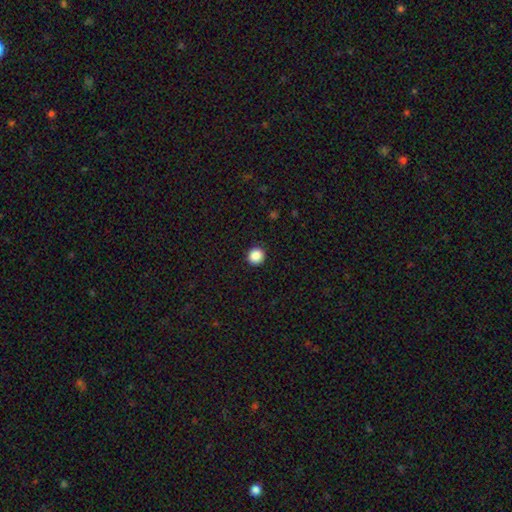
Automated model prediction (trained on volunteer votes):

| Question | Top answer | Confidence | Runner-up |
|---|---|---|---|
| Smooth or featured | smooth | 88% | star or artifact (9%) |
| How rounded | round | 92% | in between (7%) |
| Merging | none | 93% | minor disturbance (5%) |